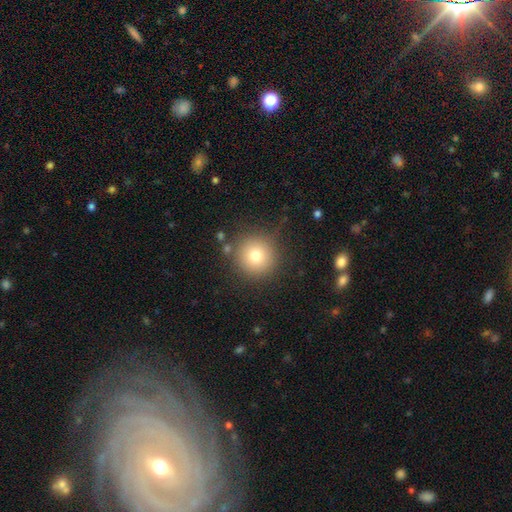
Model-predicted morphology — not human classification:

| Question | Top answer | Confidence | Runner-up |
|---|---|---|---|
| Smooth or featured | smooth | 77% | star or artifact (12%) |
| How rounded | round | 95% | in between (4%) |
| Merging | none | 84% | minor disturbance (9%) |